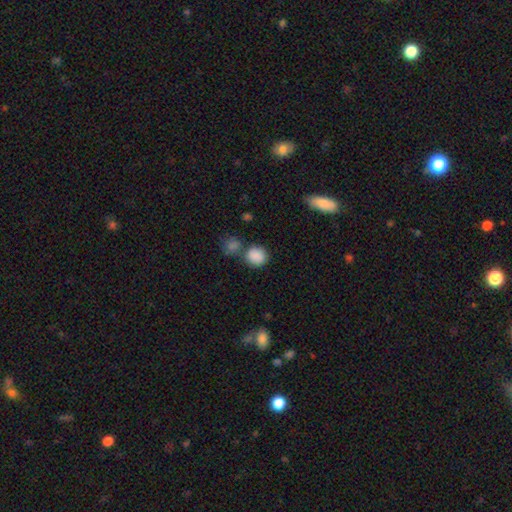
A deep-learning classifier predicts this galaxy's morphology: This is clearly a smooth galaxy (87%). How rounded: clearly round (80%). Merging: possibly none (59%).